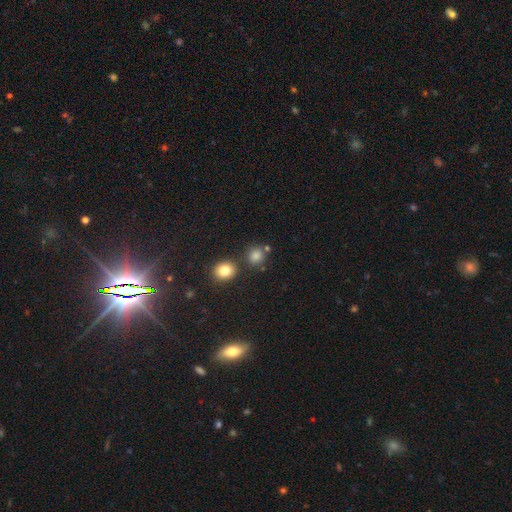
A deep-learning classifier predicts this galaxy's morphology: Smooth or featured? Predicted: smooth (p=0.77). How rounded? Predicted: round (p=0.86). Merging? Predicted: none (p=0.75).